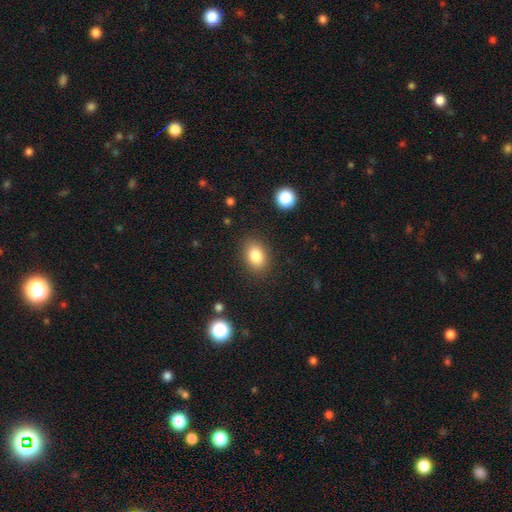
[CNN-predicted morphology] A smooth galaxy with no disk features (84%) that is in between round and cigar-shaped (72%). Merging: none (86%).